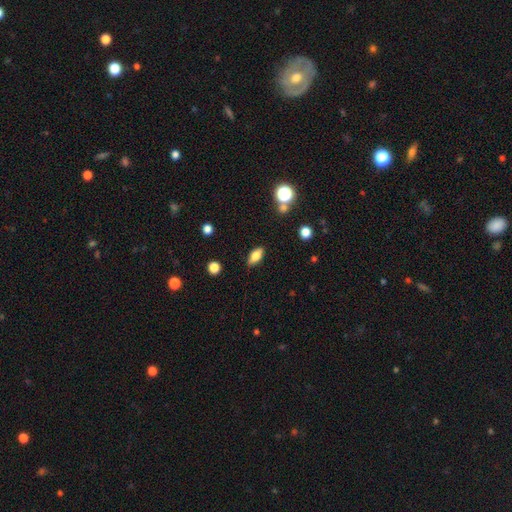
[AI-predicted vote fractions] Overall: smooth (74%). How rounded: in between (84%). Merging: none (85%).